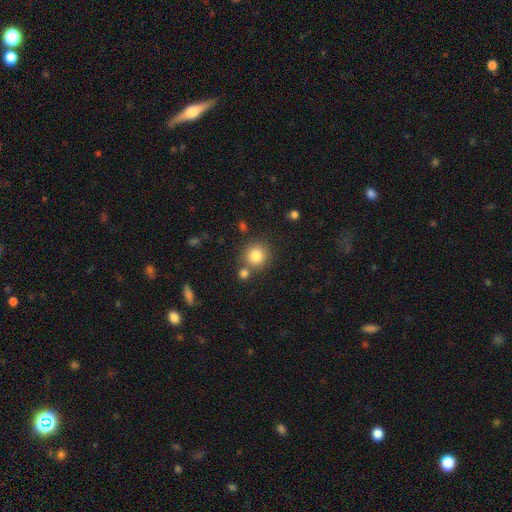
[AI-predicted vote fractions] This appears to be a smooth galaxy with no disk features (83%) that is round (91%). Merging: none (71%).